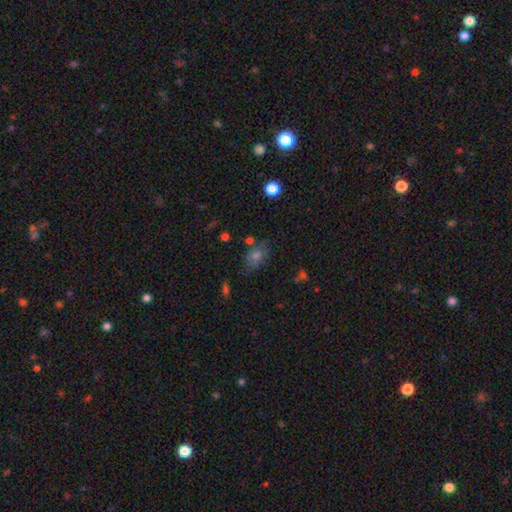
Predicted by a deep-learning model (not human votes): Smooth or featured?
  - smooth: 58% *
  - star or artifact: 21%
  - featured or disk: 21%
How rounded?
  - in between: 69% *
  - round: 29%
  - cigar-shaped: 2%
Merging?
  - none: 67% *
  - minor disturbance: 19%
  - merger: 7%
  - major disturbance: 7%